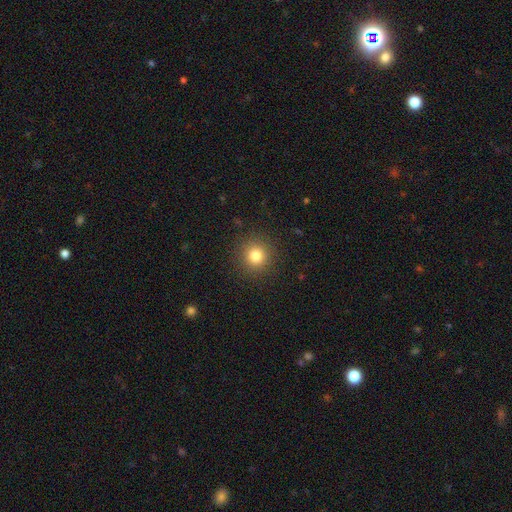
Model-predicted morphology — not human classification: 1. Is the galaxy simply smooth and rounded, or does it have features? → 81% smooth, 13% star or artifact, 6% featured or disk.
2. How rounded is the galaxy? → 94% round, 5% in between, 1% cigar-shaped.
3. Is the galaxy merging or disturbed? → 90% none, 6% minor disturbance, 3% major disturbance, 1% merger.